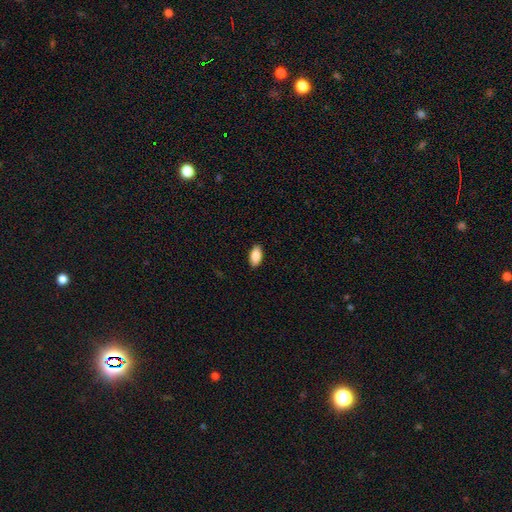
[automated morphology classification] The model was most divided on "merging": none: 89%, minor disturbance: 9%, major disturbance: 2%, merger: 1%. More confident: how rounded — in between (93%); smooth or featured — smooth (88%).